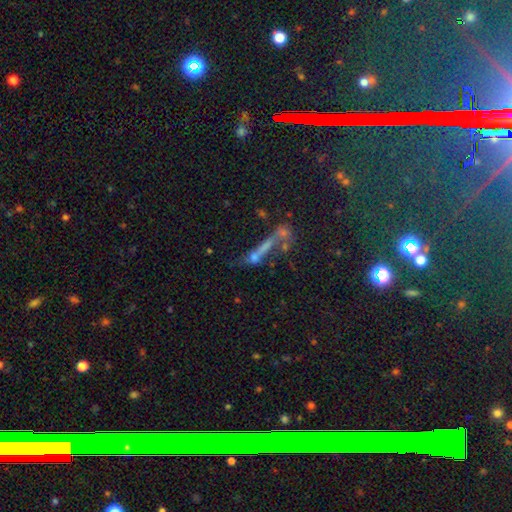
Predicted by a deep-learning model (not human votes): Smooth or featured? featured or disk (39%)
Merging? merger (38%)